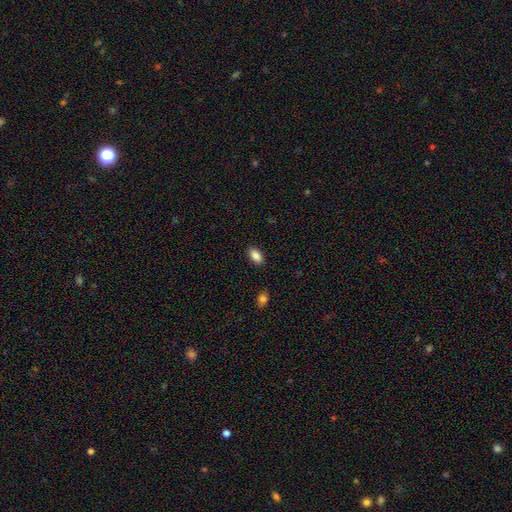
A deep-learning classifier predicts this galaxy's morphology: Smooth or featured: smooth — 88% (star or artifact — 8%)
How rounded: in between — 92% (round — 5%)
Merging: none — 88% (minor disturbance — 8%)